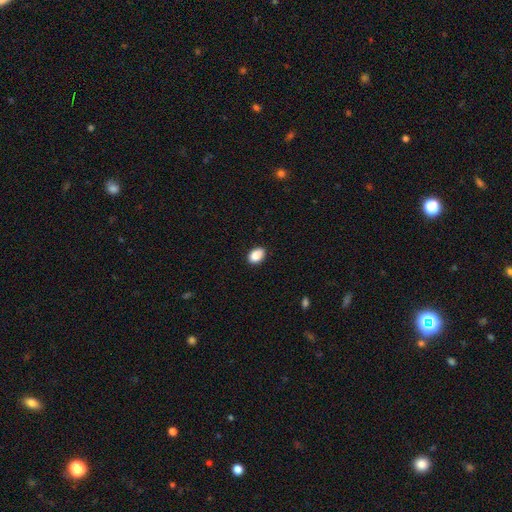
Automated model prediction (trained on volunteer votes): Smooth or featured? smooth (88%)
How rounded? in between (82%)
Merging? none (85%)